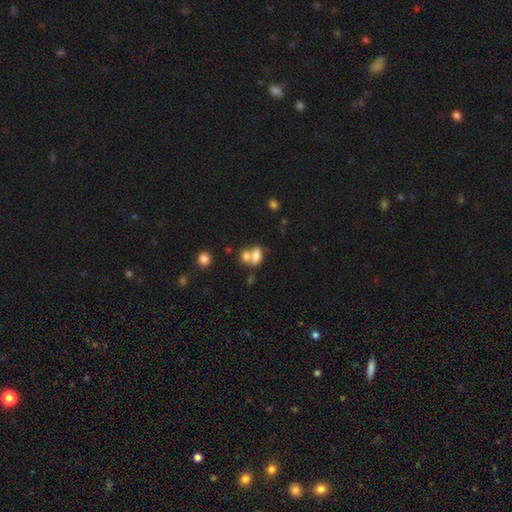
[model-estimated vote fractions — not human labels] Smooth or featured: smooth — 73% (featured or disk — 16%)
How rounded: in between — 82% (round — 14%)
Merging: merger — 59% (none — 27%)